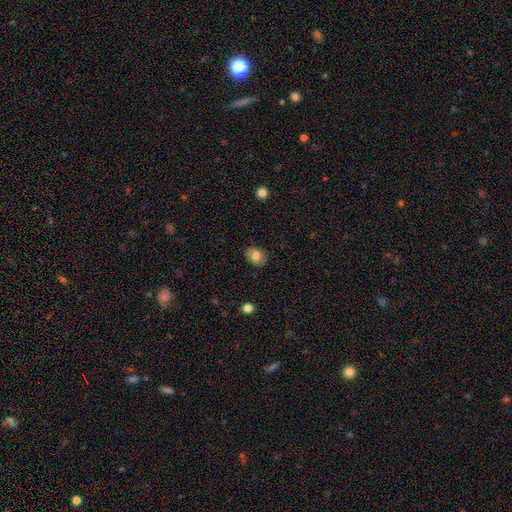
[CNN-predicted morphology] Smooth or featured? Predicted: smooth (p=0.77). How rounded? Predicted: in between (p=0.53). Merging? Predicted: none (p=0.86).